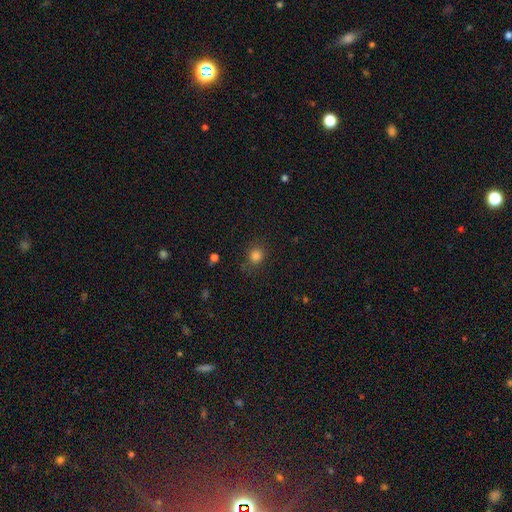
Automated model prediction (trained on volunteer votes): smooth-or-featured: smooth: 82% | star or artifact: 14% | featured or disk: 4%
  how-rounded: round: 79% | in between: 20% | cigar-shaped: 1%
  merging: none: 81% | minor disturbance: 13% | major disturbance: 5% | merger: 2%